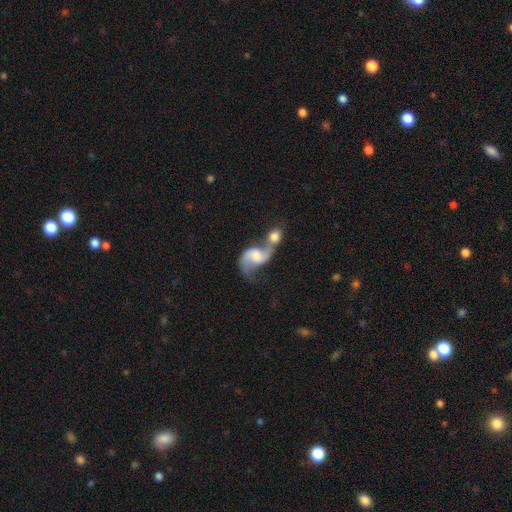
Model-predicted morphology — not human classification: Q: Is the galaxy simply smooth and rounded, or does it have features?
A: featured or disk — 77%.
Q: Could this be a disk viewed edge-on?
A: no — 97%.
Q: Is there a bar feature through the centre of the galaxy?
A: no — 48%.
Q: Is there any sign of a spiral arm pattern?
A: yes — 92%.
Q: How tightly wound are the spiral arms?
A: loose — 73%.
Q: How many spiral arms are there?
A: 2 — 87%.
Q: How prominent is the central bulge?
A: moderate — 33%.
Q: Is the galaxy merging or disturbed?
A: merger — 71%.